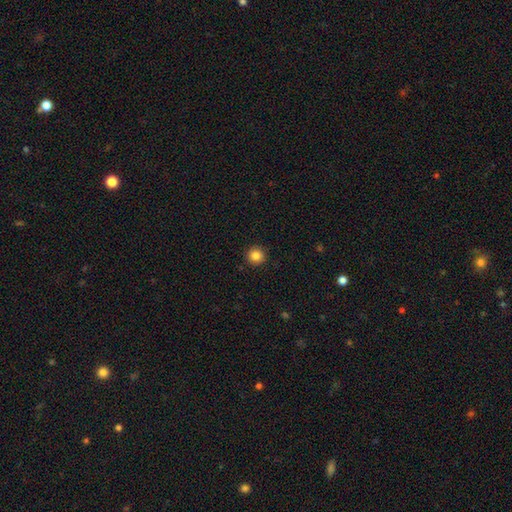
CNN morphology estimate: type=smooth (85%); roundness=round (95%); merging=none (92%).